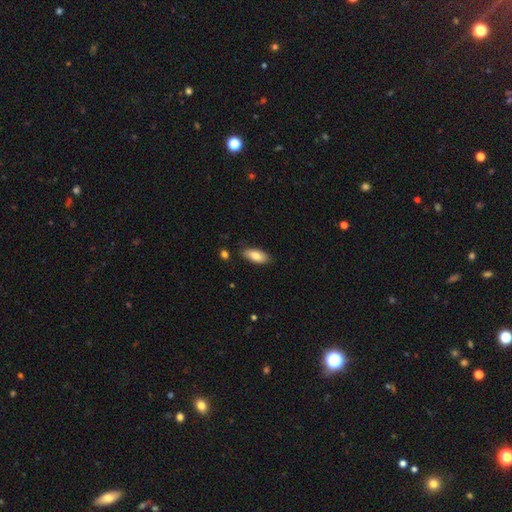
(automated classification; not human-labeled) smooth 78%, featured or disk 16%, star or artifact 6%. Down the decision tree: how rounded — in between (86%); merging — none (83%).